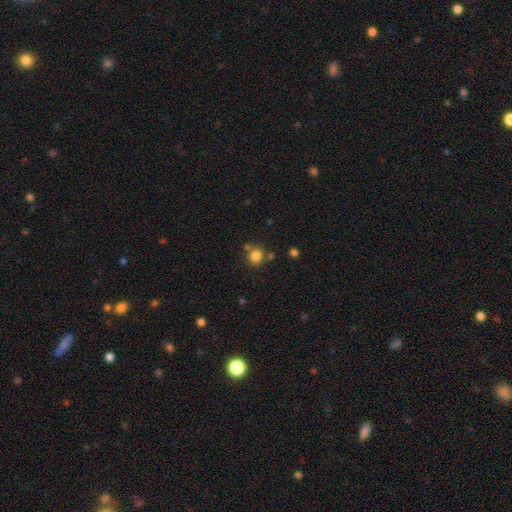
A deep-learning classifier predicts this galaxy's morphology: A smooth galaxy with no disk features (82%) that is round (88%).

Vote fractions:
- Smooth or featured? smooth: 82% / star or artifact: 12% / featured or disk: 6%
- How rounded? round: 88% / in between: 11% / cigar-shaped: 1%
- Merging? none: 73% / merger: 13% / minor disturbance: 11% / major disturbance: 4%